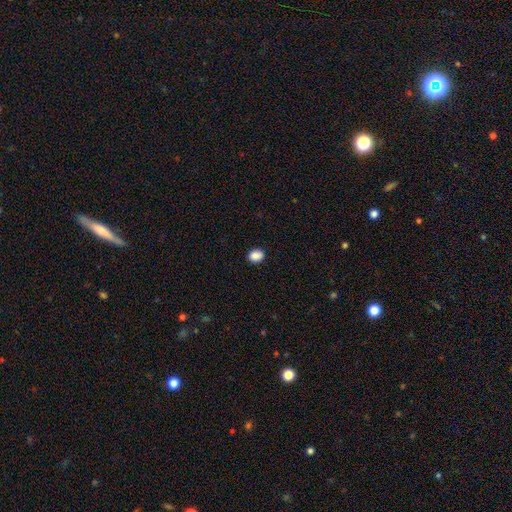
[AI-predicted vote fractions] Q: Smooth or featured?
A: smooth (88%); runner-up: star or artifact (9%)
Q: How rounded?
A: in between (59%); runner-up: round (40%)
Q: Merging?
A: none (89%); runner-up: minor disturbance (8%)